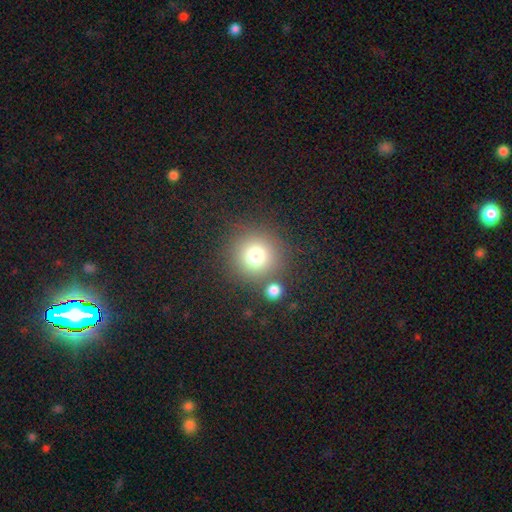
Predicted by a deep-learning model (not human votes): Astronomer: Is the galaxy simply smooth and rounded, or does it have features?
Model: smooth — 76%.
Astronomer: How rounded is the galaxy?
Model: round — 94%.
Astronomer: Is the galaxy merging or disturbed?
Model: none — 77%.